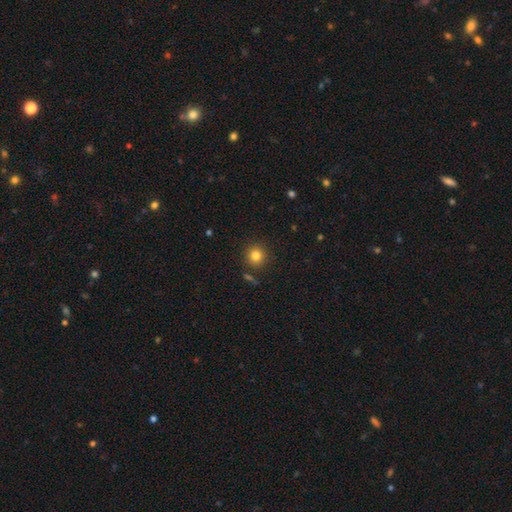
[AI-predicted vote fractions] smooth-or-featured: smooth: 81% | star or artifact: 12% | featured or disk: 6%
  how-rounded: round: 93% | in between: 6% | cigar-shaped: 1%
  merging: none: 87% | minor disturbance: 7% | merger: 3% | major disturbance: 3%